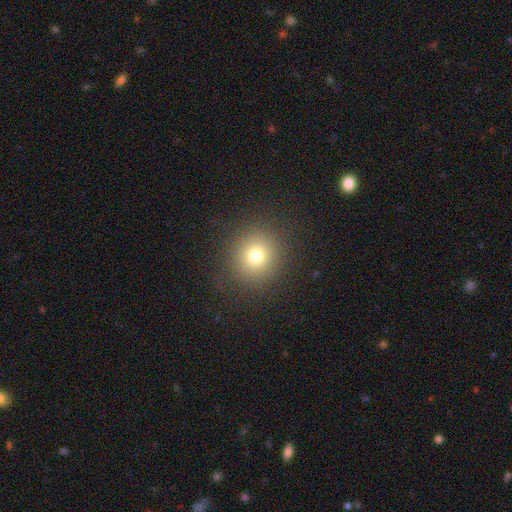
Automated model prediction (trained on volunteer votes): This appears to be a smooth galaxy with no disk features (75%) that is round (90%). Merging: none (89%).